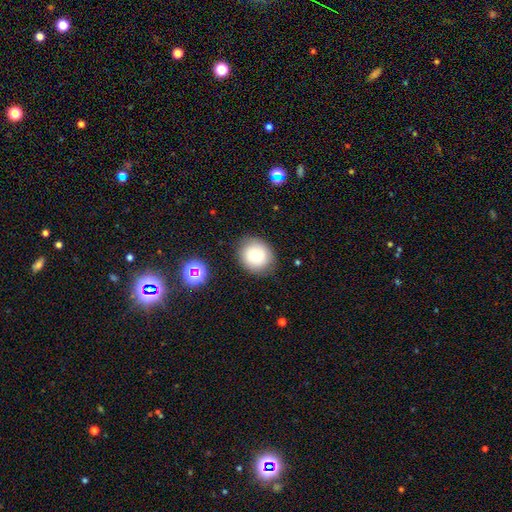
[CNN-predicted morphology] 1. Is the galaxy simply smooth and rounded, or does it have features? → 72% smooth, 17% featured or disk, 11% star or artifact.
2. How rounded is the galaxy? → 76% round, 23% in between, 1% cigar-shaped.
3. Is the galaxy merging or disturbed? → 82% none, 13% minor disturbance, 4% major disturbance, 2% merger.